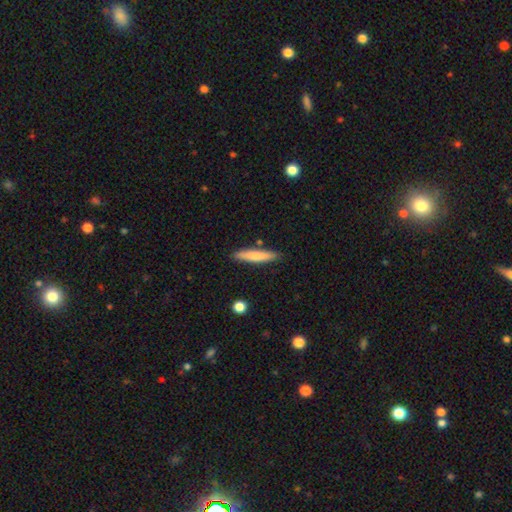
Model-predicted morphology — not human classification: smooth_or_featured: smooth (p=0.74) [alt: featured or disk p=0.20]
how_rounded: cigar-shaped (p=0.90) [alt: in between p=0.09]
merging: none (p=0.85) [alt: minor disturbance p=0.10]